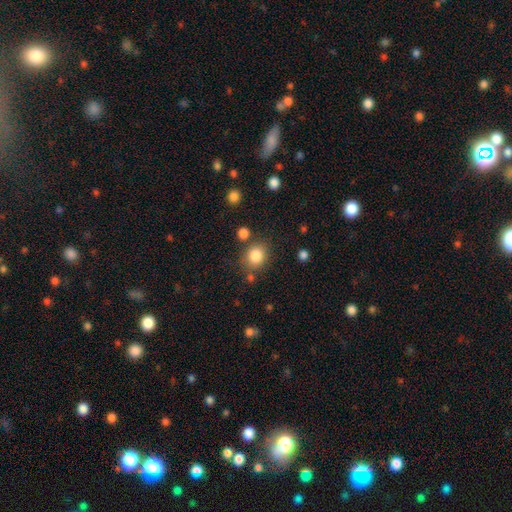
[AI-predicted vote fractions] smooth_or_featured: smooth (p=0.84) [alt: star or artifact p=0.10]
how_rounded: round (p=0.71) [alt: in between p=0.28]
merging: none (p=0.76) [alt: minor disturbance p=0.12]